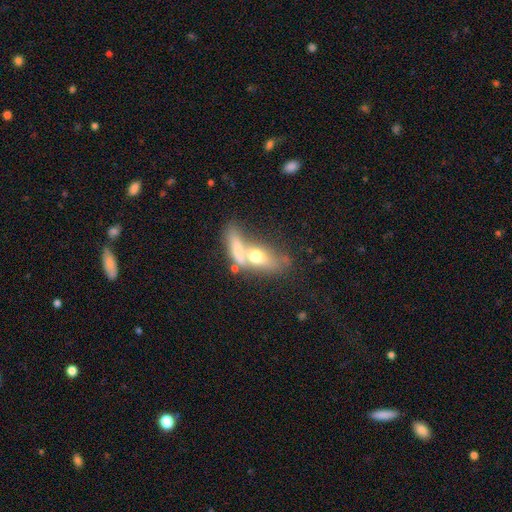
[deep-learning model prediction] Morphology: type=smooth (58%); roundness=in between (65%); merging=merger (55%).